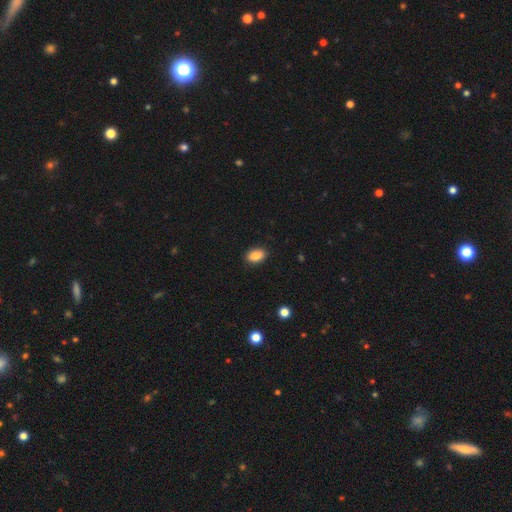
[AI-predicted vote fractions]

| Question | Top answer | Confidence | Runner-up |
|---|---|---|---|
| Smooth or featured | smooth | 86% | star or artifact (8%) |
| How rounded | in between | 88% | round (10%) |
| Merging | none | 89% | minor disturbance (8%) |